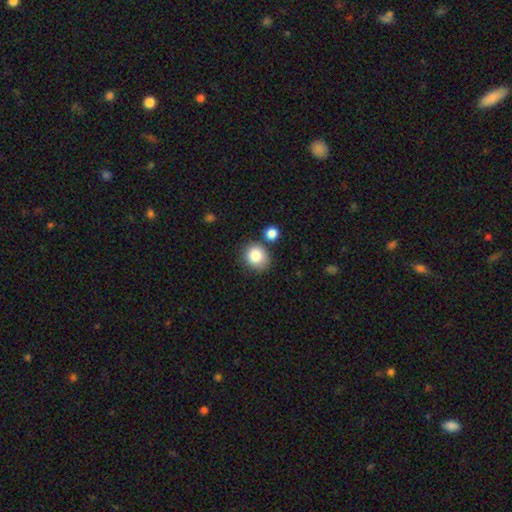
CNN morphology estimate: Overall: smooth (83%). How rounded: round (75%). Merging: none (72%).